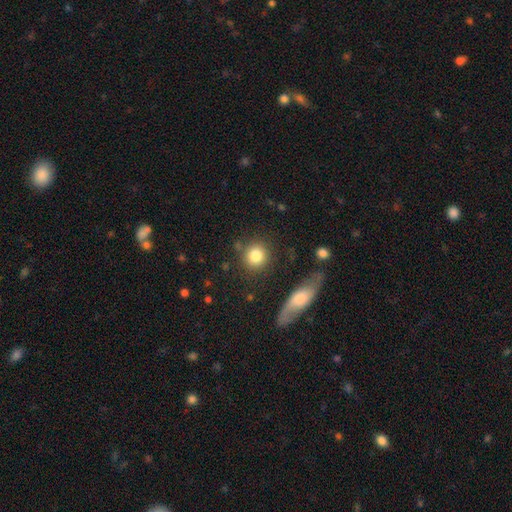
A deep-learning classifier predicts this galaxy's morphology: smooth_or_featured: smooth (p=0.84) [alt: star or artifact p=0.09]
how_rounded: round (p=0.87) [alt: in between p=0.11]
merging: none (p=0.83) [alt: minor disturbance p=0.09]